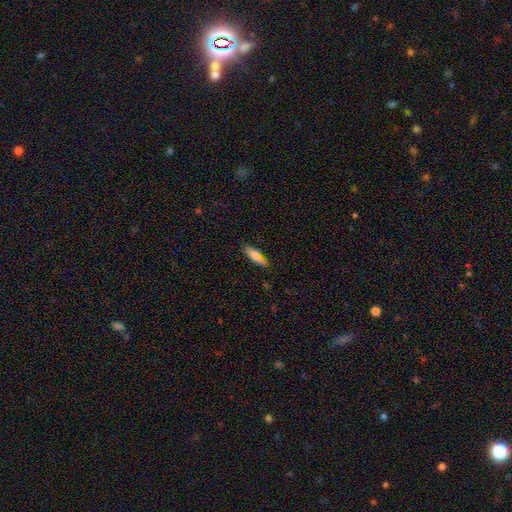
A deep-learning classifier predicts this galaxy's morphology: Smooth or featured: smooth — 70% (featured or disk — 23%)
How rounded: cigar-shaped — 63% (in between — 35%)
Merging: none — 71% (minor disturbance — 21%)